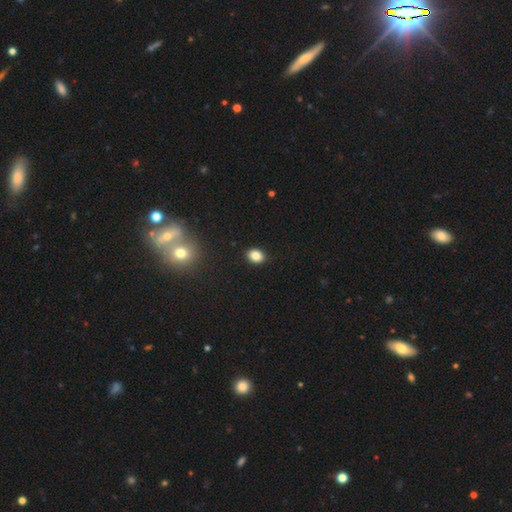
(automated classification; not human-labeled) Q: Smooth or featured?
A: smooth (84%); runner-up: star or artifact (11%)
Q: How rounded?
A: in between (56%); runner-up: round (43%)
Q: Merging?
A: none (90%); runner-up: minor disturbance (7%)